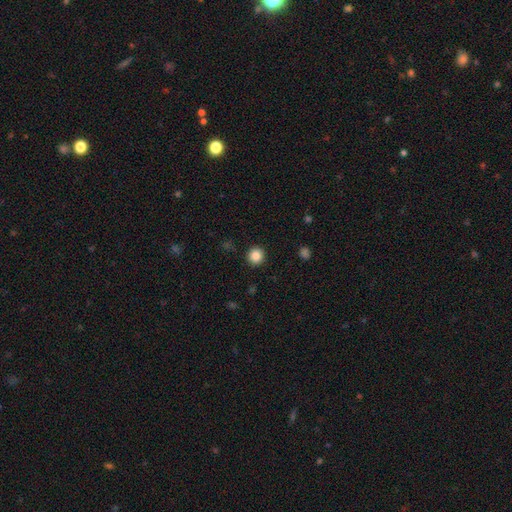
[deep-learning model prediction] Smooth or featured?
  - smooth: 86% *
  - star or artifact: 10%
  - featured or disk: 3%
How rounded?
  - round: 94% *
  - in between: 5%
  - cigar-shaped: 1%
Merging?
  - none: 92% *
  - minor disturbance: 5%
  - major disturbance: 2%
  - merger: 1%